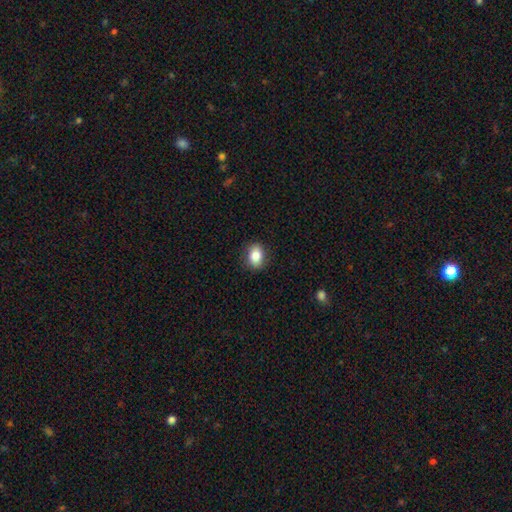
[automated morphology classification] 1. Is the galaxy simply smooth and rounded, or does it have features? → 84% smooth, 9% star or artifact, 7% featured or disk.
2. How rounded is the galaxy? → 64% in between, 35% round, 1% cigar-shaped.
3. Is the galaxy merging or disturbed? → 87% none, 9% minor disturbance, 2% major disturbance, 1% merger.